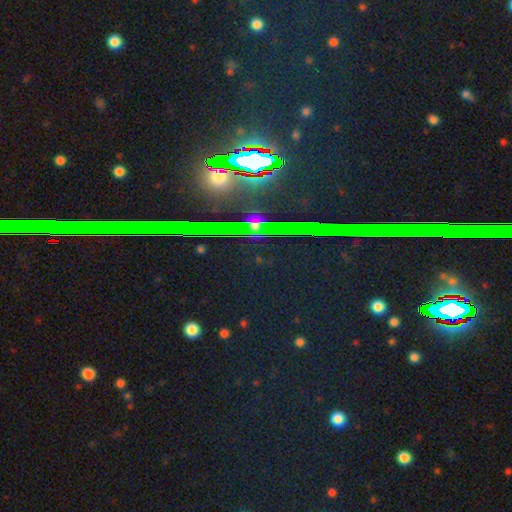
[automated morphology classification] This appears to be a star or artifact, not a galaxy (82%).